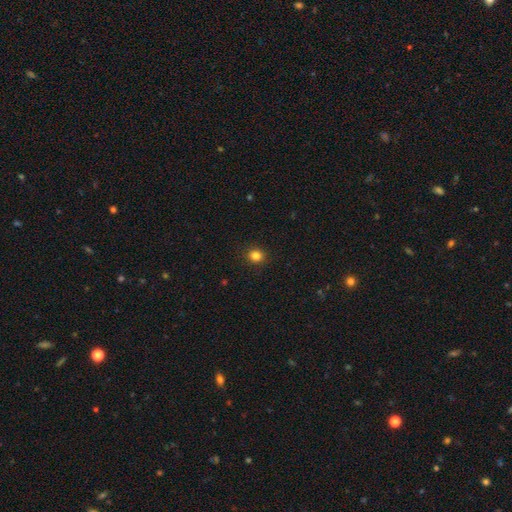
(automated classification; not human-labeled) Smooth or featured? Predicted: smooth (p=0.83). How rounded? Predicted: round (p=0.81). Merging? Predicted: none (p=0.91).